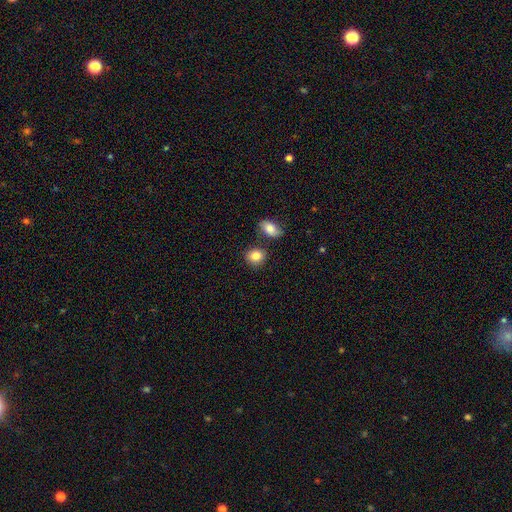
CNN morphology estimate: A smooth galaxy with no disk features (84%) that is round (65%).

Vote fractions:
- Smooth or featured? smooth: 84% / star or artifact: 9% / featured or disk: 8%
- How rounded? round: 65% / in between: 34% / cigar-shaped: 1%
- Merging? none: 75% / merger: 12% / minor disturbance: 11% / major disturbance: 3%